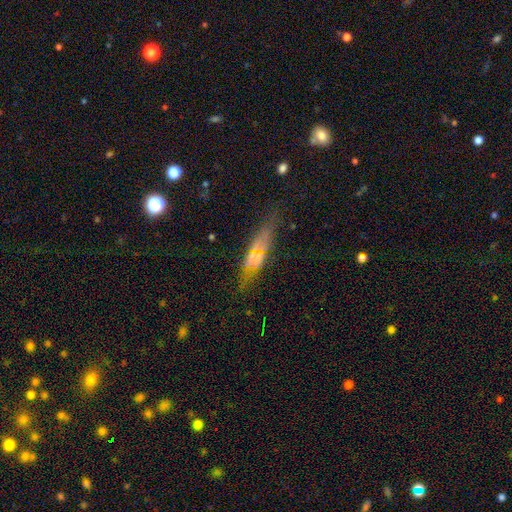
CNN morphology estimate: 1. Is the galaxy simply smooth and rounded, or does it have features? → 46% featured or disk, 40% smooth, 14% star or artifact.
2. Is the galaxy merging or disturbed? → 71% none, 17% minor disturbance, 7% major disturbance, 4% merger.